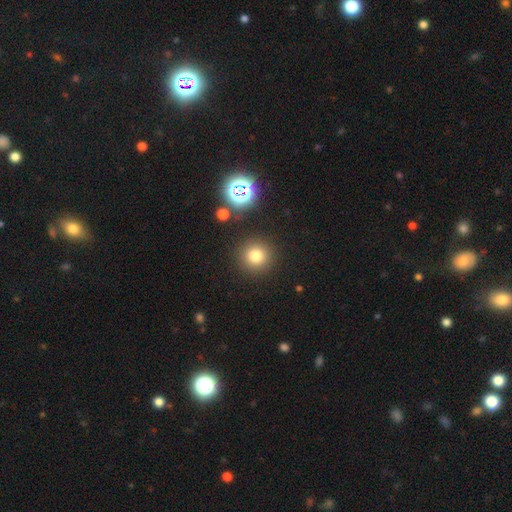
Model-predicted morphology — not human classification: This appears to be a smooth galaxy with no disk features (76%) that is round (95%). Merging: none (89%).